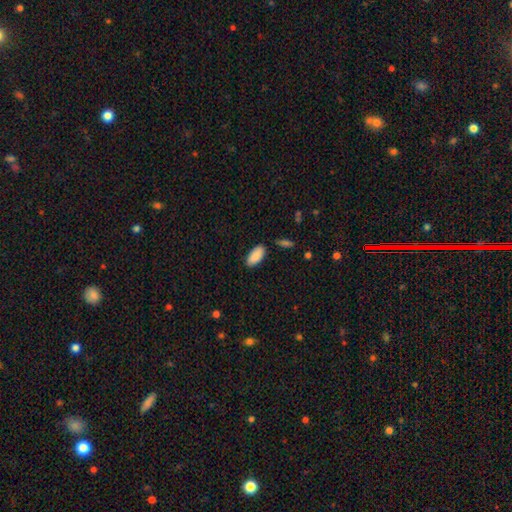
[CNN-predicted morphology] Smooth or featured? Predicted: smooth (p=0.90). How rounded? Predicted: in between (p=0.90). Merging? Predicted: none (p=0.85).